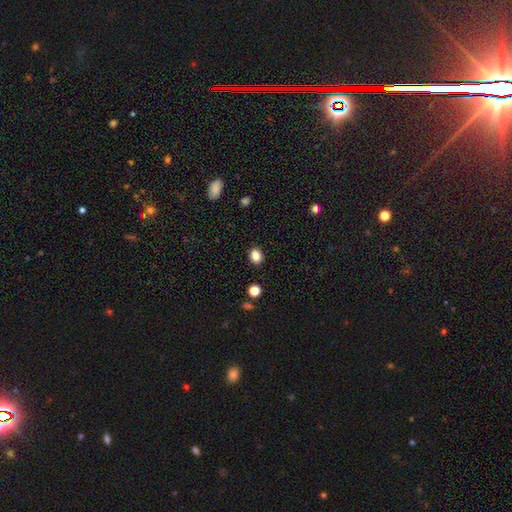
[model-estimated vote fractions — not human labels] This is clearly a smooth galaxy (85%). How rounded: likely in between (61%). Merging: clearly none (89%).